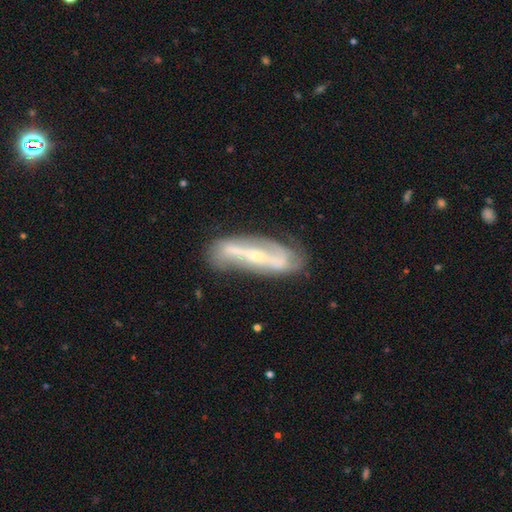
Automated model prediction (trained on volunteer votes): smooth-or-featured: featured or disk: 79% | smooth: 14% | star or artifact: 7%
  disk-edge-on: no: 73% | yes: 27%
    bar: strong: 57% | weak: 23% | no: 21%
    has-spiral-arms: yes: 82% | no: 18%
    bulge-size: small: 66% | moderate: 28% | none: 3% | large: 2% | dominant: 1%
  merging: none: 72% | minor disturbance: 18% | major disturbance: 7% | merger: 3%